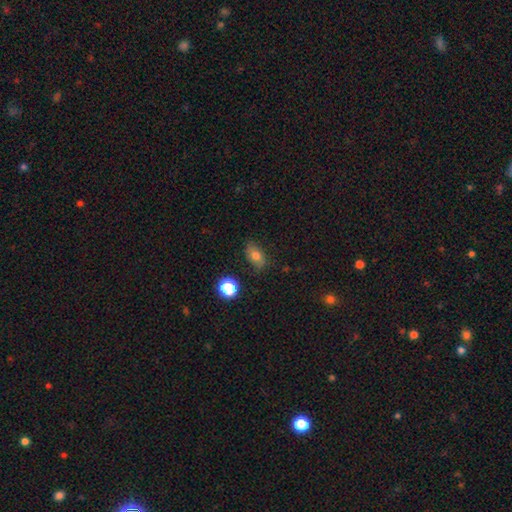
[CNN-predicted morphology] This is likely a smooth galaxy (74%). How rounded: clearly in between (83%). Merging: likely none (79%).